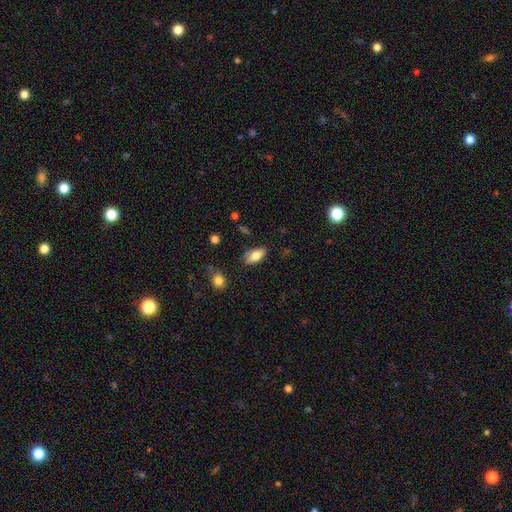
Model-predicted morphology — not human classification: Q: Smooth or featured?
A: smooth (74%); runner-up: featured or disk (19%)
Q: How rounded?
A: in between (87%); runner-up: cigar-shaped (10%)
Q: Merging?
A: none (78%); runner-up: minor disturbance (16%)